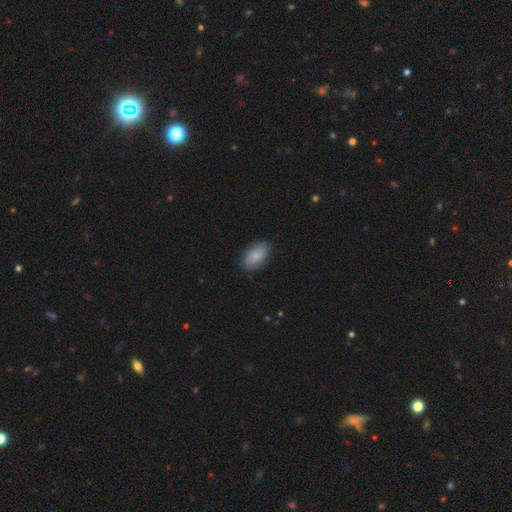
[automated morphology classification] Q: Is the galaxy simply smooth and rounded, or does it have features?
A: smooth — 83%.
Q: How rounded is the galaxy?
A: in between — 93%.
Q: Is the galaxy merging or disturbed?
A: none — 85%.